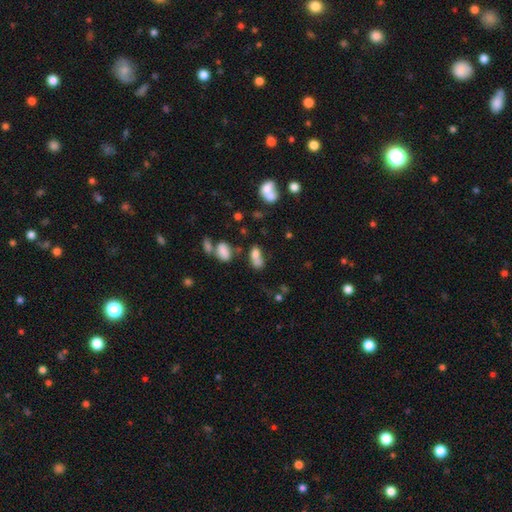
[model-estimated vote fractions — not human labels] Smooth or featured? smooth (73%)
How rounded? in between (76%)
Merging? merger (37%)